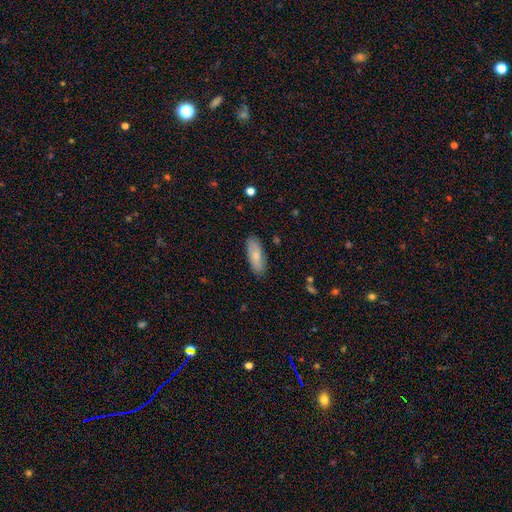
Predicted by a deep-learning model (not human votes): Smooth or featured? Predicted: smooth (p=0.80). How rounded? Predicted: in between (p=0.69). Merging? Predicted: none (p=0.86).